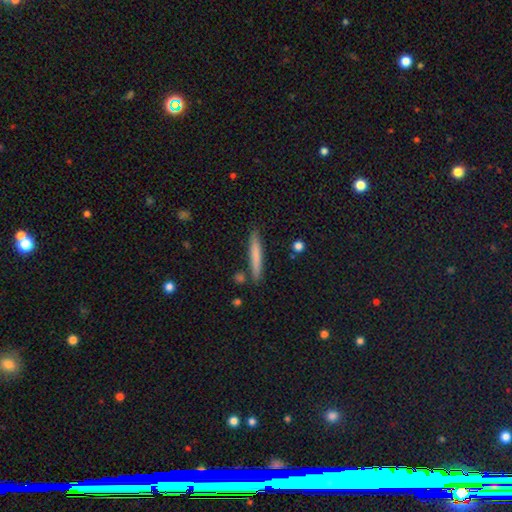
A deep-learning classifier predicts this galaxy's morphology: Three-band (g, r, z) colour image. It shows a smooth galaxy with no disk features (73%) that is cigar-shaped (95%). Merging: none (86%).